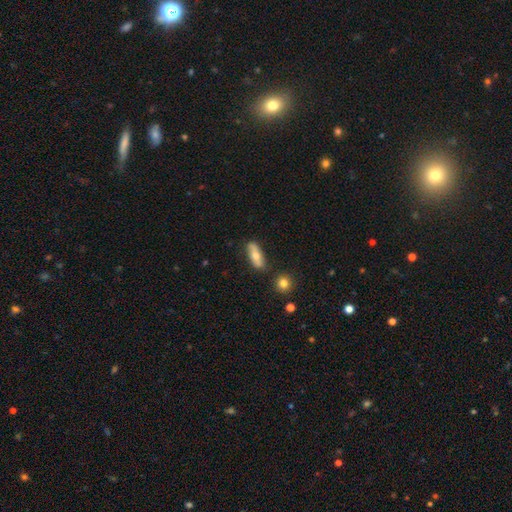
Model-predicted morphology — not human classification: This appears to be a smooth galaxy with no disk features (63%) that is in between round and cigar-shaped (64%). Merging: none (80%).